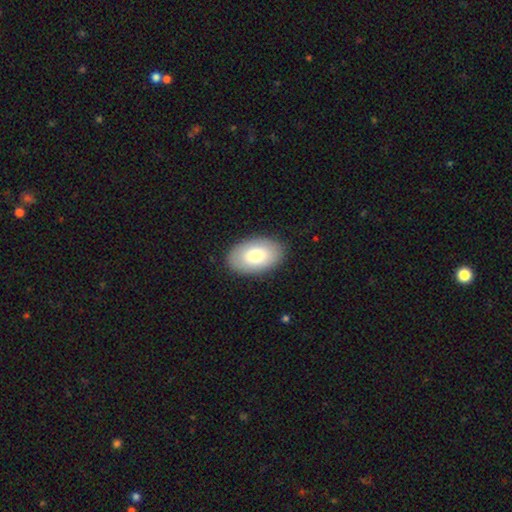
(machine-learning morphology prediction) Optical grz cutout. It shows a smooth galaxy with no disk features (78%) that is in between round and cigar-shaped (94%). Merging: none (88%).